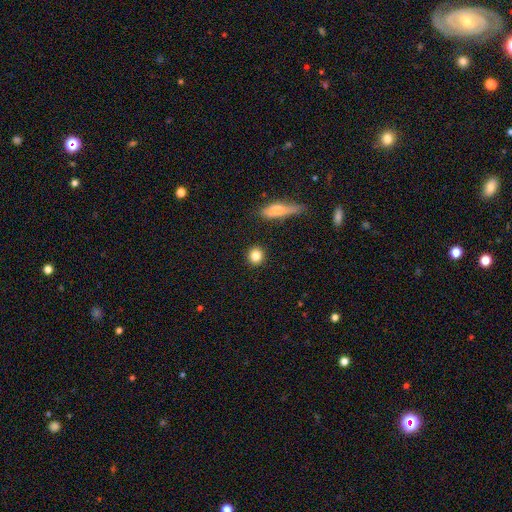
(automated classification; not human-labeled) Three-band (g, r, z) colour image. It shows a smooth galaxy with no disk features (84%) that is round (86%). Merging: none (90%).